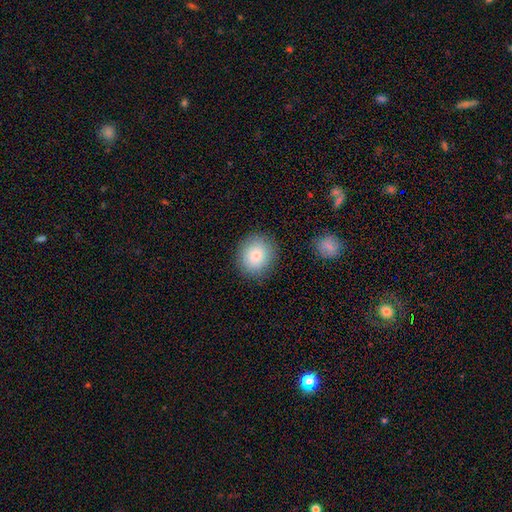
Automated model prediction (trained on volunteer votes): The model was most divided on "how rounded": round: 80%, in between: 19%, cigar-shaped: 1%. More confident: merging — none (88%); smooth or featured — smooth (84%).